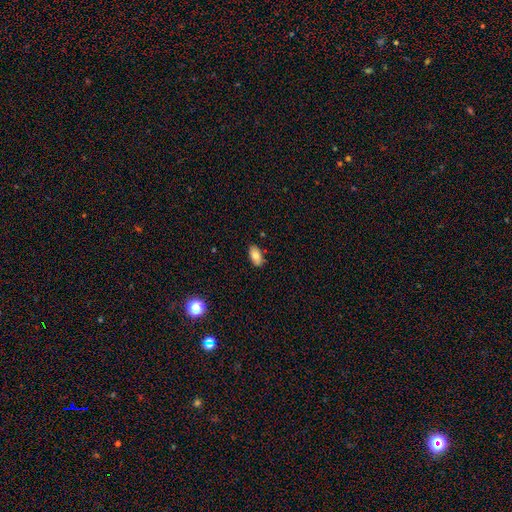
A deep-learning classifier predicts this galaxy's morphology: This is clearly a smooth galaxy (80%). How rounded: clearly in between (92%). Merging: clearly none (84%).